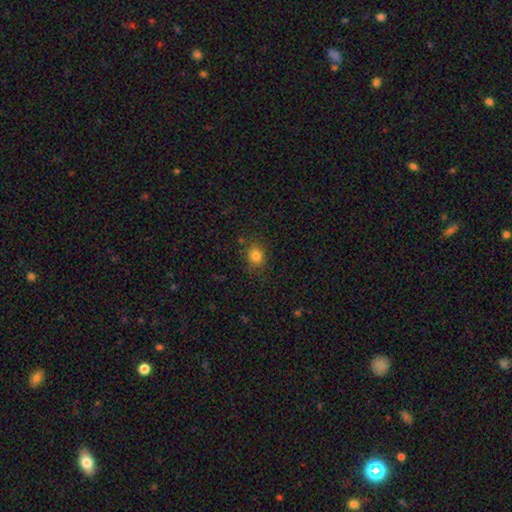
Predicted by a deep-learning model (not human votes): The model was most divided on "how rounded": round: 69%, in between: 30%, cigar-shaped: 1%. More confident: merging — none (83%); smooth or featured — smooth (81%).